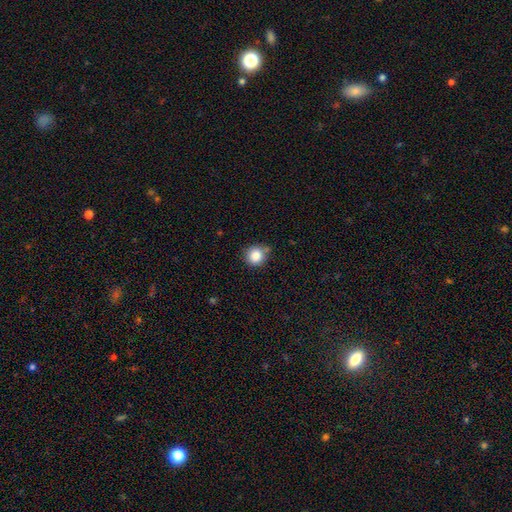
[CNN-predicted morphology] This appears to be a smooth galaxy with no disk features (83%) that is round (92%). Merging: none (77%).